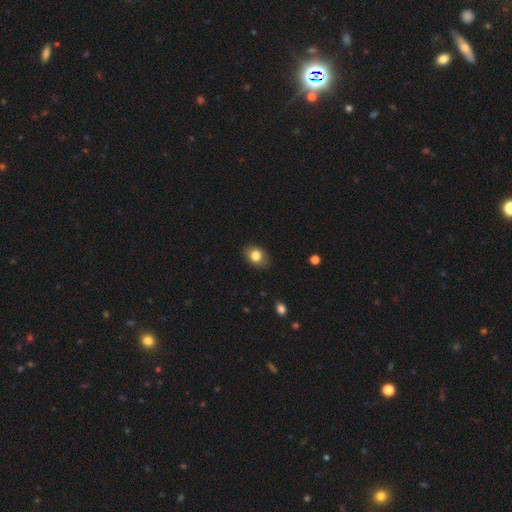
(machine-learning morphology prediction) Q: Smooth or featured?
A: smooth (82%); runner-up: star or artifact (9%)
Q: How rounded?
A: in between (65%); runner-up: round (34%)
Q: Merging?
A: none (84%); runner-up: minor disturbance (13%)